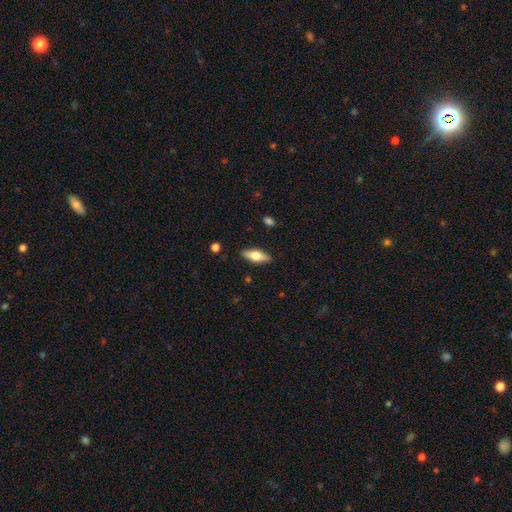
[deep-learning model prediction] This appears to be a smooth galaxy with no disk features (59%) that is in between round and cigar-shaped (65%). Merging: none (88%).